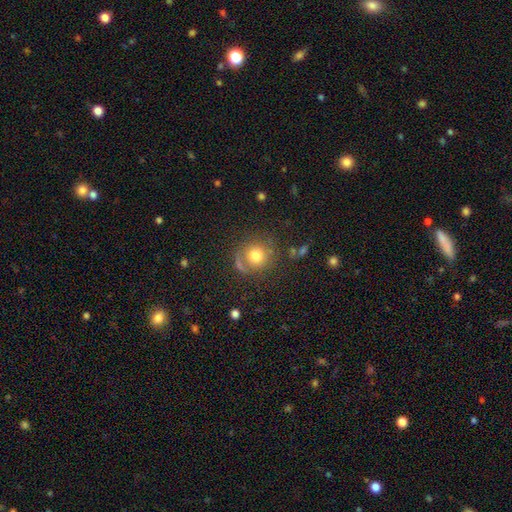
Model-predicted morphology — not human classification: smooth-or-featured: smooth: 70% | featured or disk: 17% | star or artifact: 12%
  how-rounded: round: 91% | in between: 8% | cigar-shaped: 1%
  merging: none: 69% | minor disturbance: 15% | major disturbance: 10% | merger: 6%